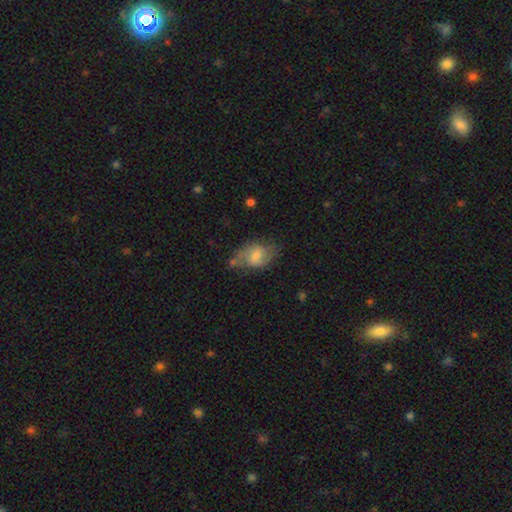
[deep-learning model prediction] Smooth or featured?
  - featured or disk: 50% *
  - smooth: 42%
  - star or artifact: 7%
Edge-on disk?
  - no: 95% *
  - yes: 5%
Merging?
  - none: 52% *
  - minor disturbance: 29%
  - major disturbance: 13%
  - merger: 7%